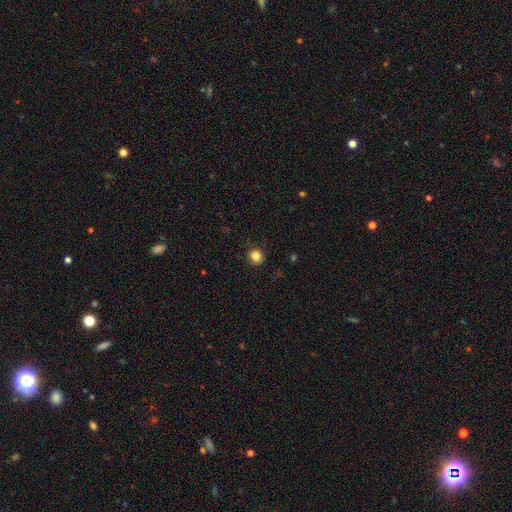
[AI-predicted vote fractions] A smooth galaxy with no disk features (83%) that is round (88%).

Vote fractions:
- Smooth or featured? smooth: 83% / star or artifact: 11% / featured or disk: 6%
- How rounded? round: 88% / in between: 11% / cigar-shaped: 1%
- Merging? none: 87% / minor disturbance: 9% / major disturbance: 2% / merger: 1%